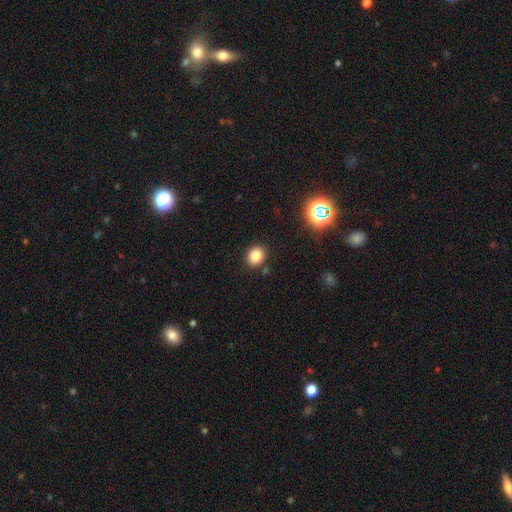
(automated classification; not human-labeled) Q: Smooth or featured?
A: smooth (83%); runner-up: star or artifact (12%)
Q: How rounded?
A: round (61%); runner-up: in between (38%)
Q: Merging?
A: none (85%); runner-up: minor disturbance (9%)